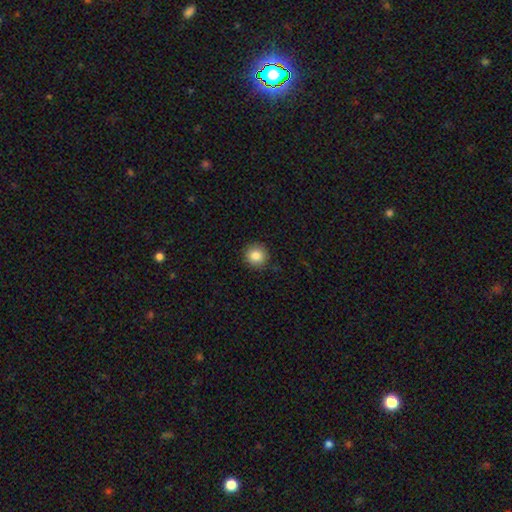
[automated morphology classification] Smooth or featured: smooth — 85% (star or artifact — 10%)
How rounded: round — 94% (in between — 5%)
Merging: none — 89% (minor disturbance — 8%)